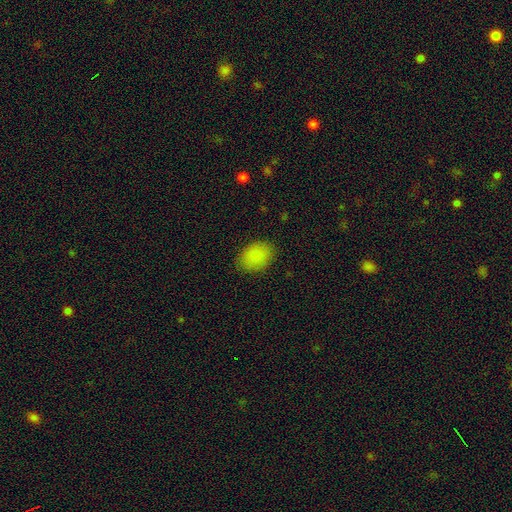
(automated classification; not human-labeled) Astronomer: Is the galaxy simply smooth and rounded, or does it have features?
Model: smooth — 87%.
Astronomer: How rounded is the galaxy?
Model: in between — 78%.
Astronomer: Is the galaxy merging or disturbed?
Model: none — 84%.